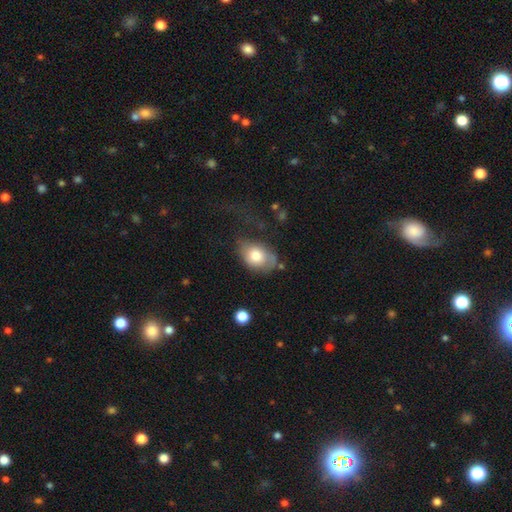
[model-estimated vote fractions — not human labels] This appears to be a smooth galaxy with no disk features (72%) that is in between round and cigar-shaped (77%). Merging: none (43%).